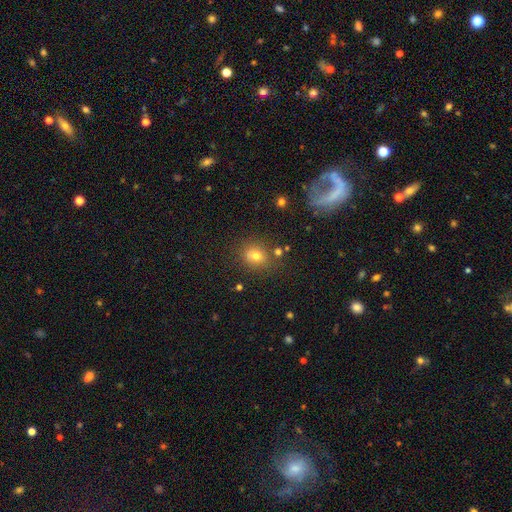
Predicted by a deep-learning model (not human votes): smooth_or_featured: smooth (p=0.72) [alt: star or artifact p=0.17]
how_rounded: round (p=0.71) [alt: in between p=0.28]
merging: none (p=0.74) [alt: minor disturbance p=0.13]